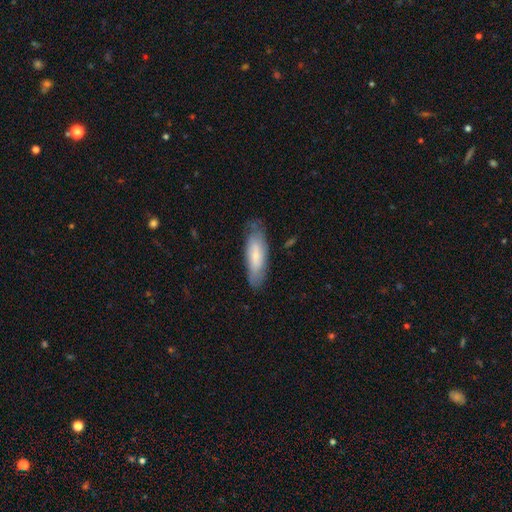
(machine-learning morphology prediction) A smooth galaxy with no disk features (63%) that is cigar-shaped (50%). Merging: none (72%).